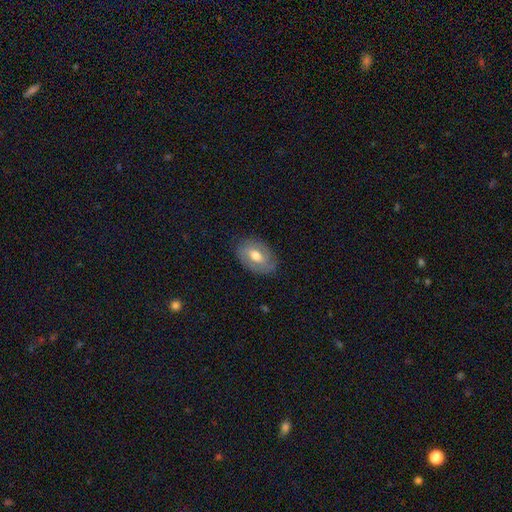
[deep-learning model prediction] Smooth or featured? smooth (47%)
Merging? none (80%)